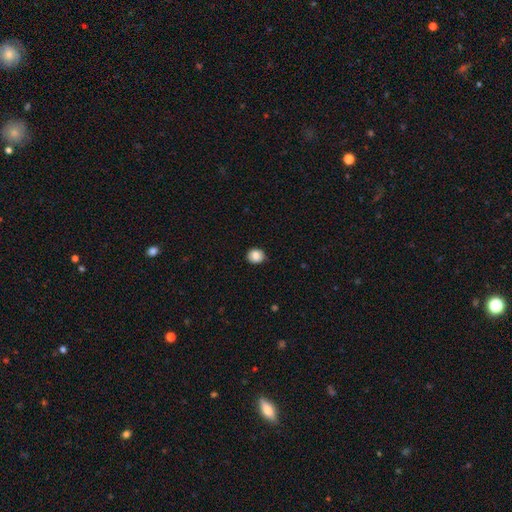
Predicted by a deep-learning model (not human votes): smooth-or-featured: smooth: 86% | star or artifact: 9% | featured or disk: 6%
  how-rounded: round: 81% | in between: 18% | cigar-shaped: 1%
  merging: none: 86% | minor disturbance: 10% | major disturbance: 2% | merger: 1%